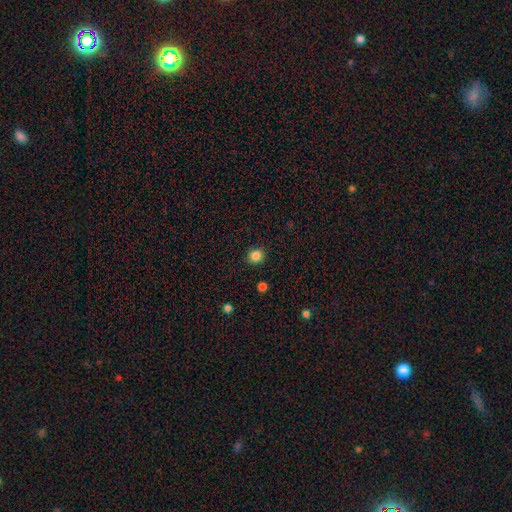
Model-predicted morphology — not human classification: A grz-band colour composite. It shows a smooth galaxy with no disk features (85%) that is round (90%). Merging: none (91%).